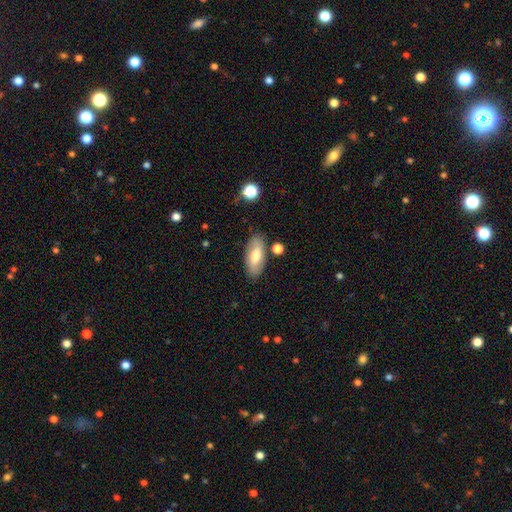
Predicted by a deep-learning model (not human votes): This appears to be a smooth galaxy with no disk features (64%) that is in between round and cigar-shaped (87%). Merging: none (82%).